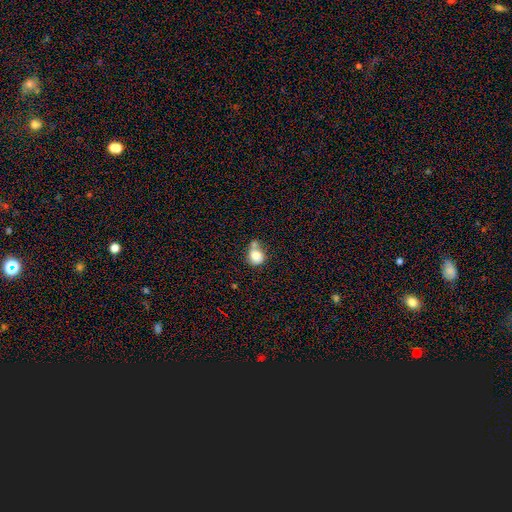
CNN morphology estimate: A smooth galaxy with no disk features (81%) that is round (78%). Merging: none (39%).